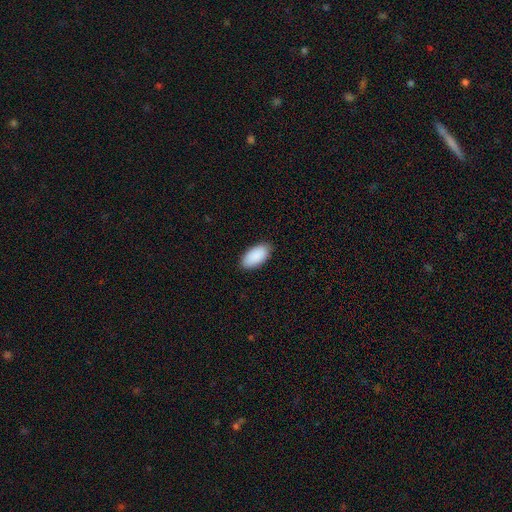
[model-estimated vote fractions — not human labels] Smooth or featured: smooth — 91% (star or artifact — 6%)
How rounded: in between — 96% (cigar-shaped — 3%)
Merging: none — 87% (minor disturbance — 10%)